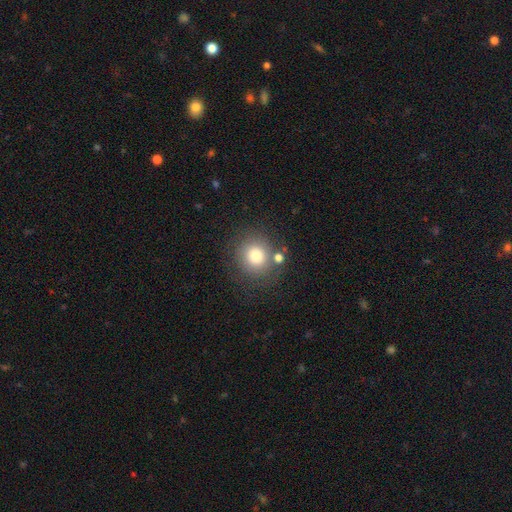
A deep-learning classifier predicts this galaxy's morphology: Q: Smooth or featured?
A: smooth (79%); runner-up: star or artifact (11%)
Q: How rounded?
A: round (87%); runner-up: in between (12%)
Q: Merging?
A: none (75%); runner-up: minor disturbance (12%)